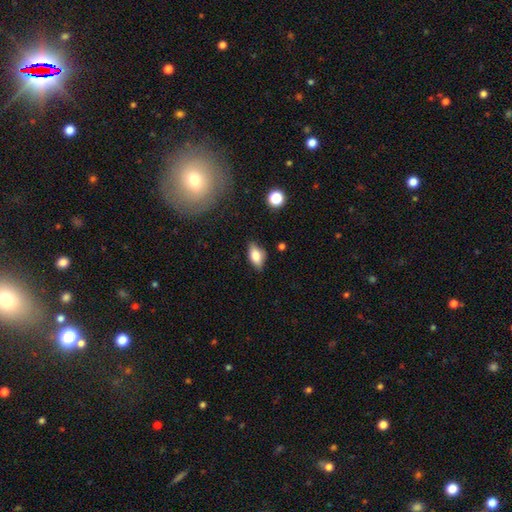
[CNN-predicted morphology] Smooth or featured? smooth (73%)
How rounded? in between (86%)
Merging? none (75%)